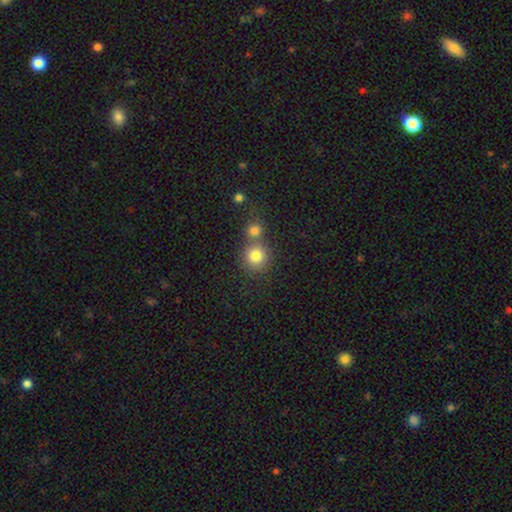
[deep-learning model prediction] Smooth or featured?
  - smooth: 81% *
  - star or artifact: 12%
  - featured or disk: 7%
How rounded?
  - round: 90% *
  - in between: 9%
  - cigar-shaped: 1%
Merging?
  - none: 56% *
  - merger: 34%
  - minor disturbance: 7%
  - major disturbance: 3%